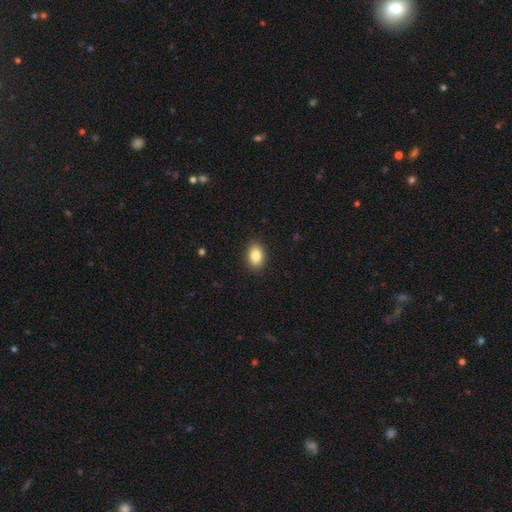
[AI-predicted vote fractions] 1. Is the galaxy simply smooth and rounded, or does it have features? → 85% smooth, 8% star or artifact, 7% featured or disk.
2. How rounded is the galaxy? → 81% in between, 18% round, 1% cigar-shaped.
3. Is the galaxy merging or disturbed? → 90% none, 8% minor disturbance, 2% major disturbance, 1% merger.